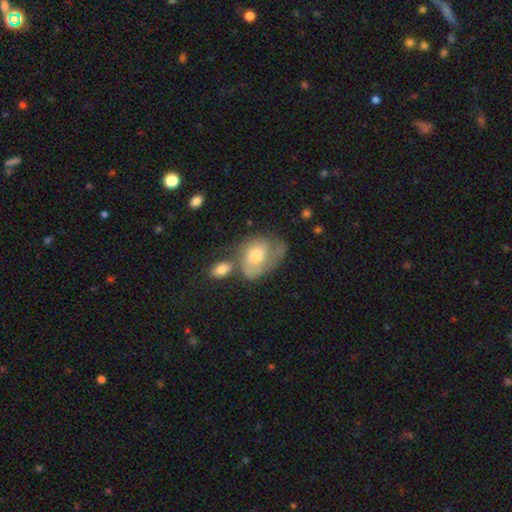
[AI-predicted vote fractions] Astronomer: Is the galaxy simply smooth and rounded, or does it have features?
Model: featured or disk — 60%.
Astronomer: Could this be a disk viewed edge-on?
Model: no — 96%.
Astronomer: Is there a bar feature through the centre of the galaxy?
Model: no — 72%.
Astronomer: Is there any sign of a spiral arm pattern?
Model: yes — 79%.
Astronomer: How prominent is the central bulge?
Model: moderate — 49% (runner-up: large, 36%).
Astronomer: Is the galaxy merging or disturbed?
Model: none — 33% (runner-up: minor disturbance, 23%).